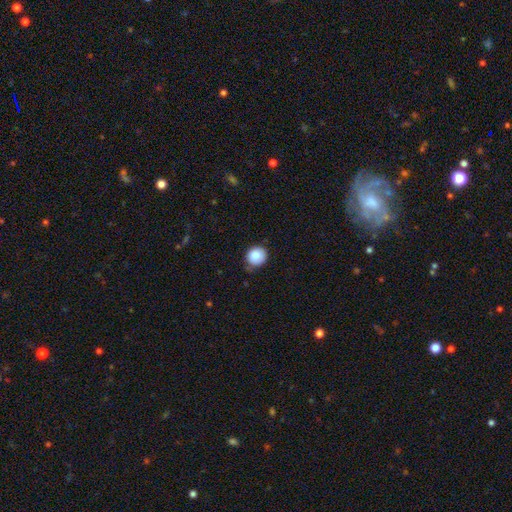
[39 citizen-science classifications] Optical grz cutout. It shows a smooth galaxy with no disk features (90%) that is round (94%). Merging: none (79%).